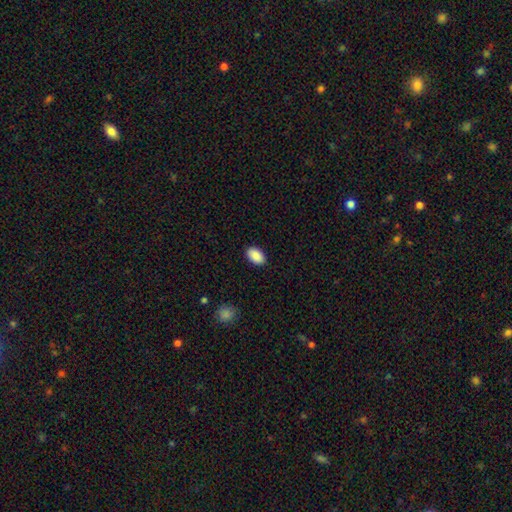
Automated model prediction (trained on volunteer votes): Smooth or featured? smooth (90%)
How rounded? in between (92%)
Merging? none (89%)